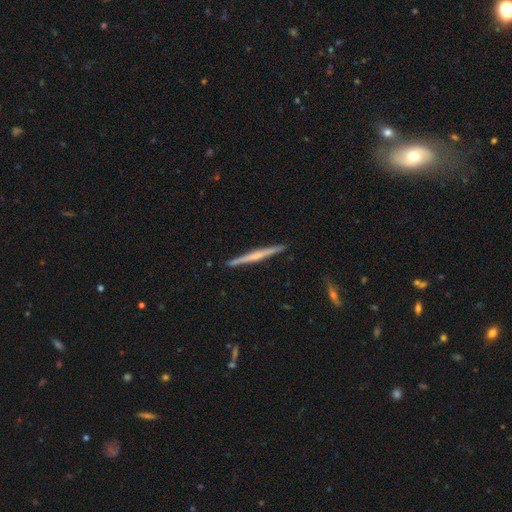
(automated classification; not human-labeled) smooth_or_featured: featured or disk (p=0.68) [alt: smooth p=0.27]
disk_edge_on: yes (p=0.98) [alt: no p=0.02]
edge_on_bulge: rounded (p=0.48) [alt: none p=0.37]
merging: none (p=0.92) [alt: minor disturbance p=0.06]